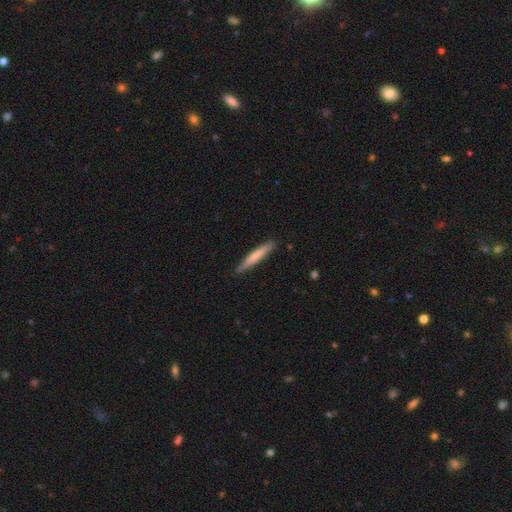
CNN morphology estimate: This appears to be a smooth galaxy with no disk features (68%) that is cigar-shaped (95%). Merging: none (86%).